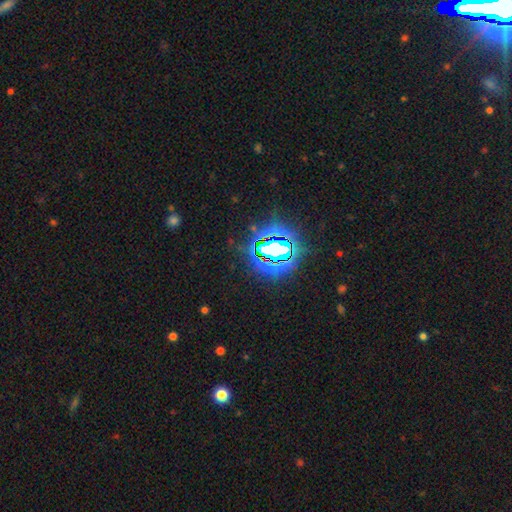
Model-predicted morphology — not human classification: The model was most divided on "smooth or featured": star or artifact: 85%, smooth: 9%, featured or disk: 6%.